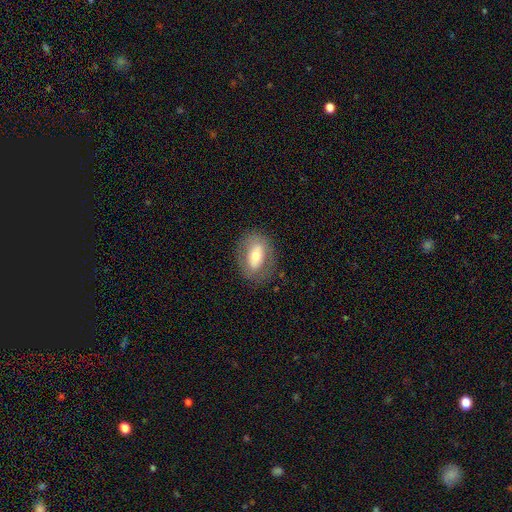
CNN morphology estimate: The model was most divided on "smooth or featured": smooth: 53%, featured or disk: 39%, star or artifact: 8%. More confident: how rounded — in between (80%); merging — none (78%).